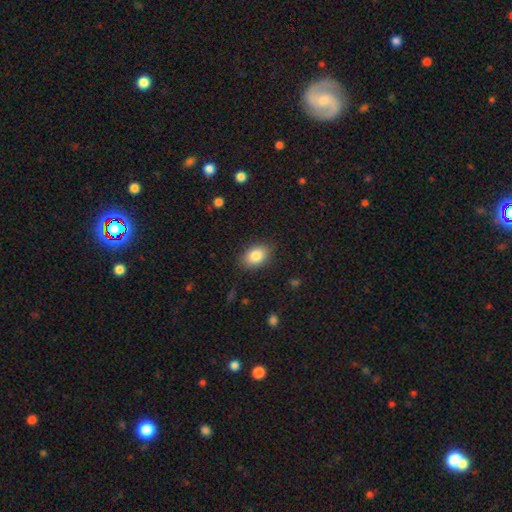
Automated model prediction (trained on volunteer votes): Overall: smooth (84%). How rounded: in between (83%). Merging: none (86%).